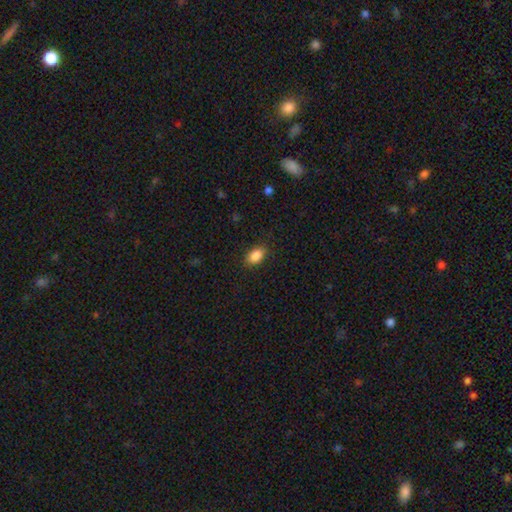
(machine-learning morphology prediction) type=smooth (89%); roundness=in between (89%); merging=none (86%).